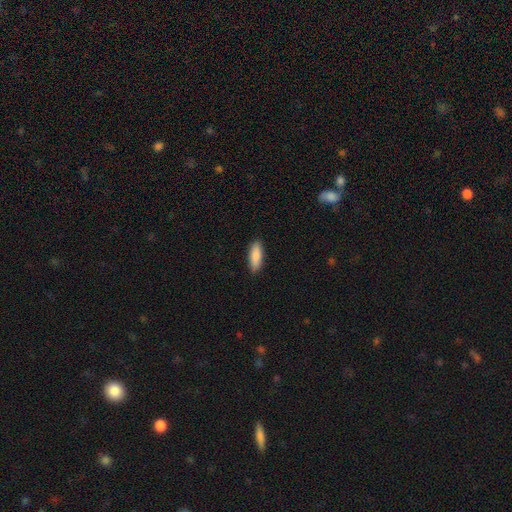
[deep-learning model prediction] This is clearly a smooth galaxy (87%). How rounded: likely in between (63%). Merging: clearly none (89%).